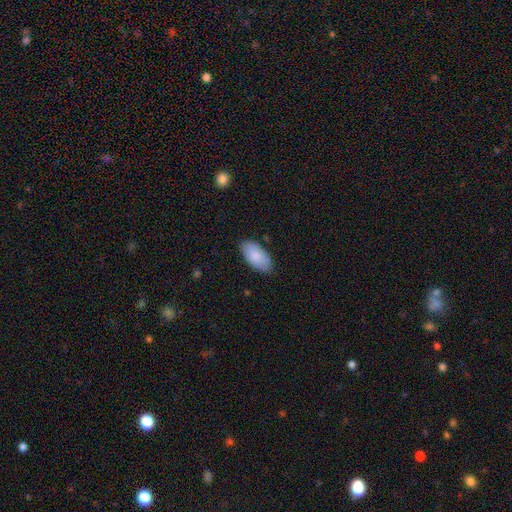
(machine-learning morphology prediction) This is clearly a smooth galaxy (85%). How rounded: clearly in between (95%). Merging: clearly none (84%).